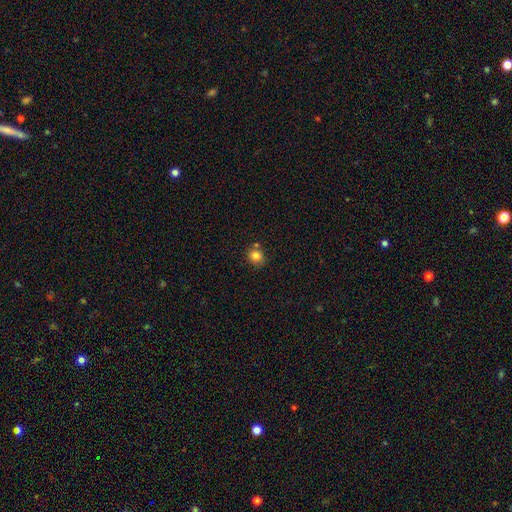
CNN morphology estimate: Q: Smooth or featured?
A: smooth (81%); runner-up: star or artifact (12%)
Q: How rounded?
A: round (77%); runner-up: in between (22%)
Q: Merging?
A: none (72%); runner-up: merger (13%)